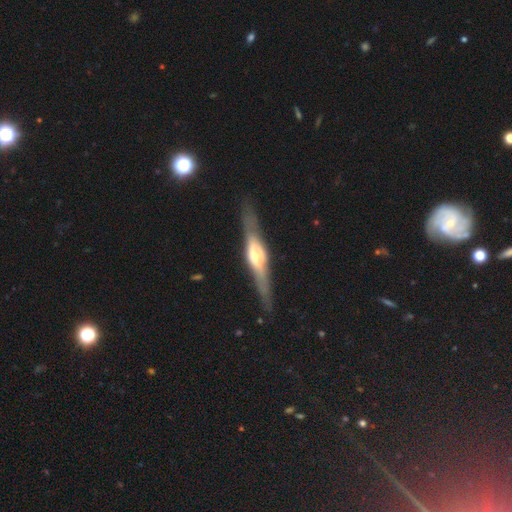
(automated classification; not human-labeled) Smooth or featured?
  - featured or disk: 75% *
  - smooth: 19%
  - star or artifact: 6%
Edge-on disk?
  - yes: 93% *
  - no: 7%
Edge-on bulge?
  - rounded: 80% *
  - boxy: 16%
  - none: 4%
Merging?
  - none: 80% *
  - minor disturbance: 14%
  - major disturbance: 5%
  - merger: 2%